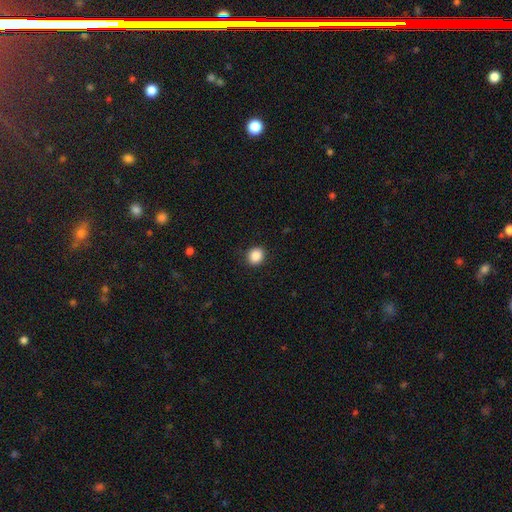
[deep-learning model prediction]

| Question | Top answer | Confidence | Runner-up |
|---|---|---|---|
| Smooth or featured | smooth | 88% | star or artifact (9%) |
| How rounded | round | 78% | in between (21%) |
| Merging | none | 89% | minor disturbance (8%) |